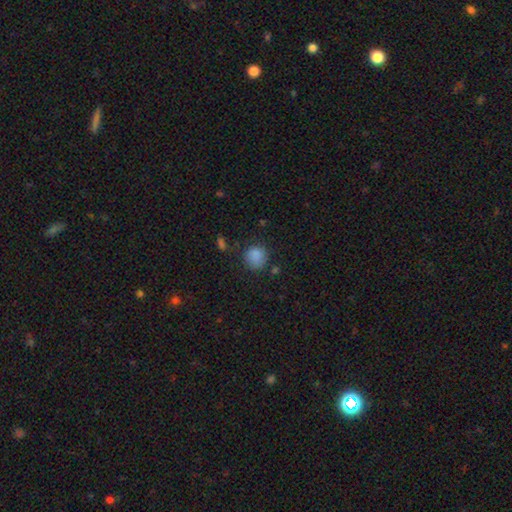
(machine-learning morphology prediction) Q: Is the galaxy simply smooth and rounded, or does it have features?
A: smooth — 84%.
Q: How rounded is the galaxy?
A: round — 84%.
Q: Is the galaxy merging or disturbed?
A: none — 76%.